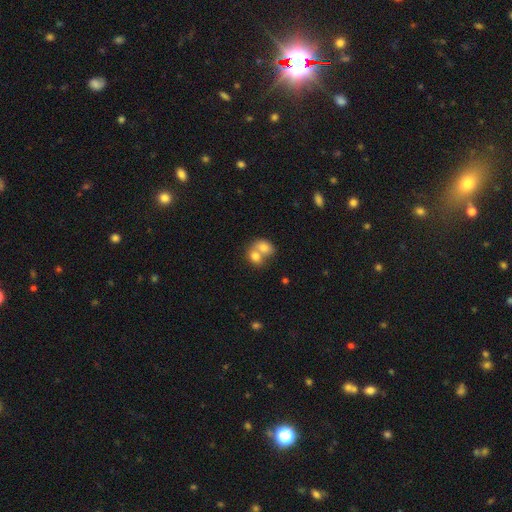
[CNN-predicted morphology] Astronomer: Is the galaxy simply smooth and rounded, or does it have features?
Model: smooth — 68%.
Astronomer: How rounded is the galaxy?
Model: in between — 50% (runner-up: round, 48%).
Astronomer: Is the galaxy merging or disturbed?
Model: merger — 68%.